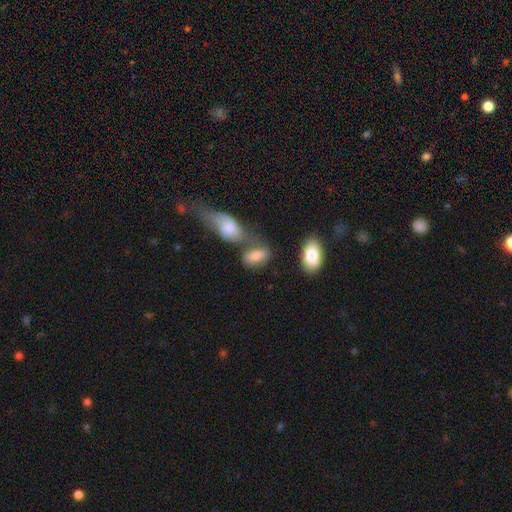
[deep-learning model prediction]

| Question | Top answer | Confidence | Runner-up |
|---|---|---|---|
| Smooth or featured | smooth | 75% | featured or disk (17%) |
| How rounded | in between | 86% | round (8%) |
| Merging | none | 40% | merger (35%) |